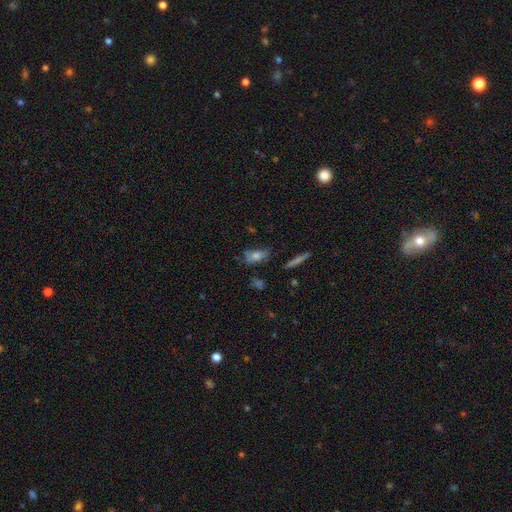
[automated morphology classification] smooth 68%, featured or disk 22%, star or artifact 10%. Down the decision tree: how rounded — in between (74%); merging — none (66%).